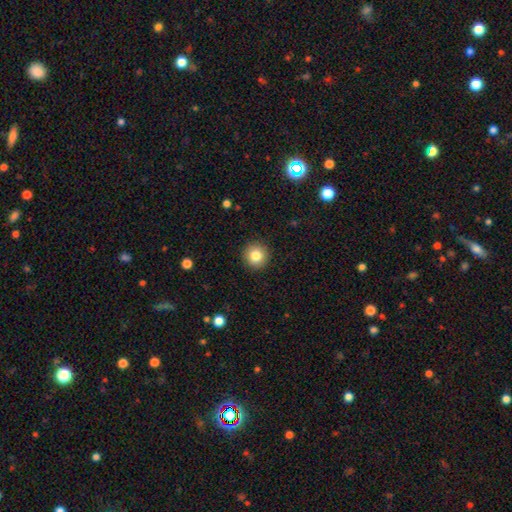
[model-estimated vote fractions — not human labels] Smooth or featured? Predicted: smooth (p=0.83). How rounded? Predicted: round (p=0.94). Merging? Predicted: none (p=0.92).